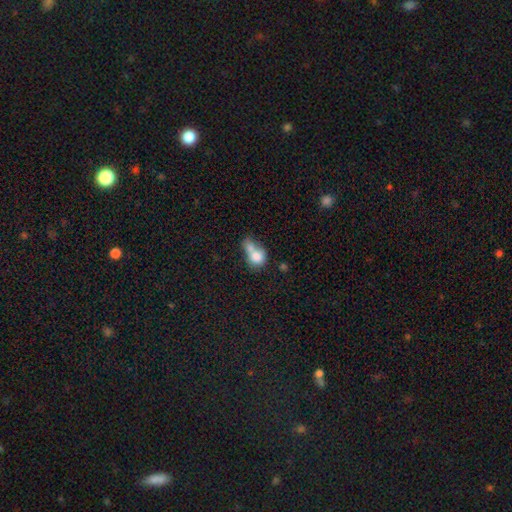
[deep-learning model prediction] A smooth galaxy with no disk features (76%) that is round (56%).

Vote fractions:
- Smooth or featured? smooth: 76% / featured or disk: 15% / star or artifact: 9%
- How rounded? round: 56% / in between: 42% / cigar-shaped: 2%
- Merging? merger: 65% / none: 19% / minor disturbance: 9% / major disturbance: 7%